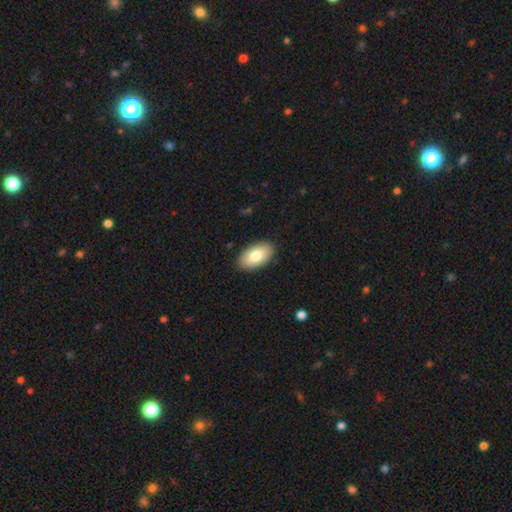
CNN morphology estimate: type=smooth (80%); roundness=in between (95%); merging=none (89%).